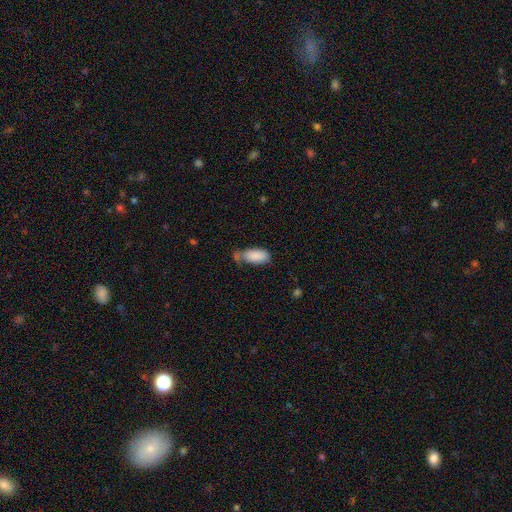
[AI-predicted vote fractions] Smooth or featured? Predicted: smooth (p=0.87). How rounded? Predicted: in between (p=0.91). Merging? Predicted: none (p=0.45).